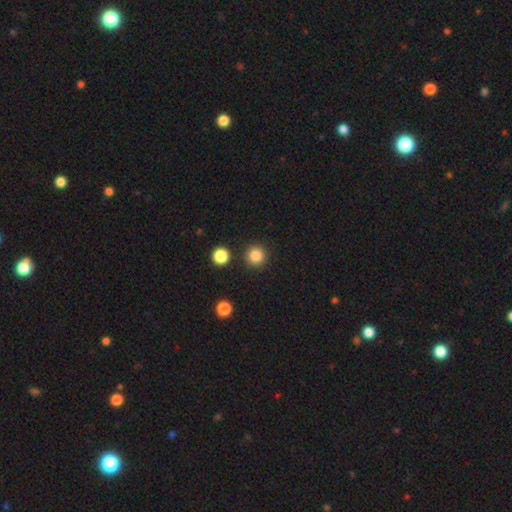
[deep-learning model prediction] smooth-or-featured: smooth: 84% | star or artifact: 12% | featured or disk: 4%
  how-rounded: round: 95% | in between: 4% | cigar-shaped: 1%
  merging: none: 90% | minor disturbance: 5% | merger: 3% | major disturbance: 2%